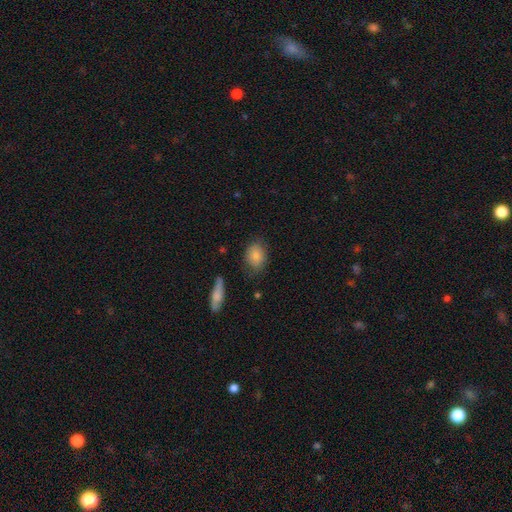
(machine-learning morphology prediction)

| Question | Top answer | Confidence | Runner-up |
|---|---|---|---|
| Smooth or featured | smooth | 82% | featured or disk (10%) |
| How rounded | in between | 67% | round (31%) |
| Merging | none | 74% | minor disturbance (19%) |